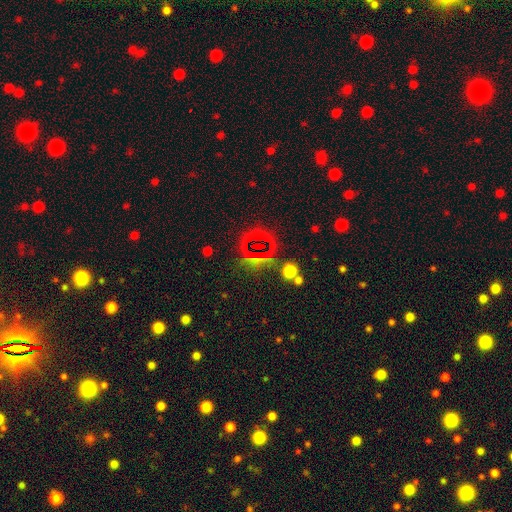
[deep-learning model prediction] Smooth or featured? star or artifact (68%)